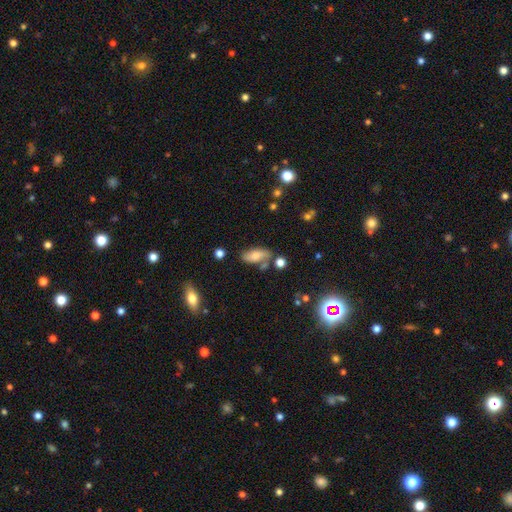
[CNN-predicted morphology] Overall: smooth (67%). How rounded: in between (82%). Merging: none (60%; minor disturbance 21%).